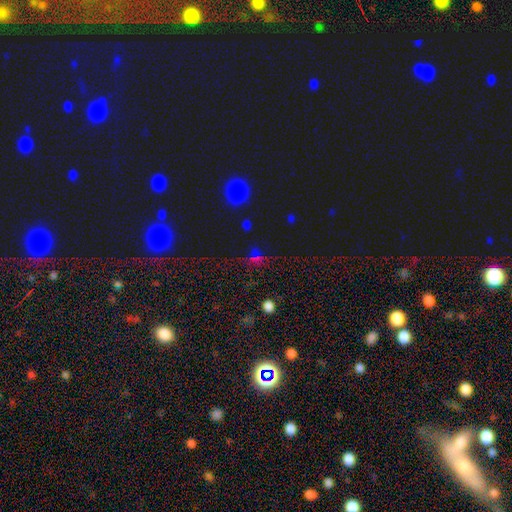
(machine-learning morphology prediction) star or artifact 56%, smooth 36%, featured or disk 8%.